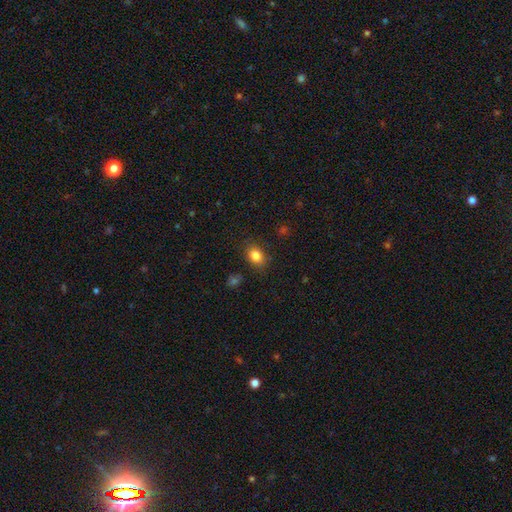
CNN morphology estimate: This is clearly a smooth galaxy (83%). How rounded: likely in between (72%). Merging: clearly none (83%).